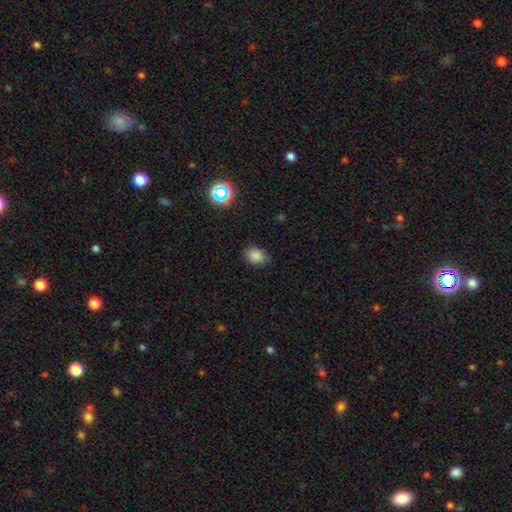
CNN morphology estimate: Smooth or featured: smooth — 83% (star or artifact — 13%)
How rounded: in between — 70% (round — 29%)
Merging: none — 81% (minor disturbance — 15%)